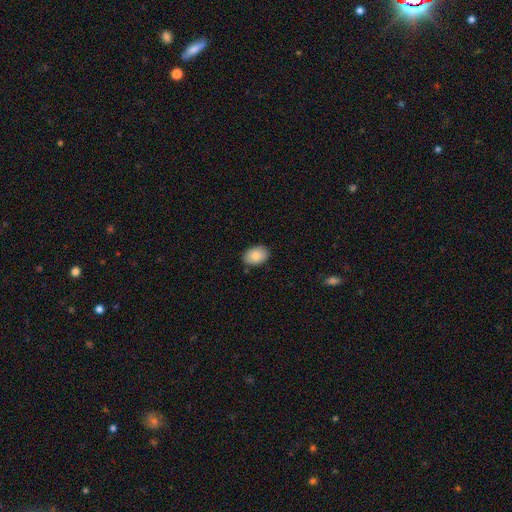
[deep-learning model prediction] Smooth or featured: smooth — 86% (featured or disk — 8%)
How rounded: in between — 83% (round — 16%)
Merging: none — 86% (minor disturbance — 10%)